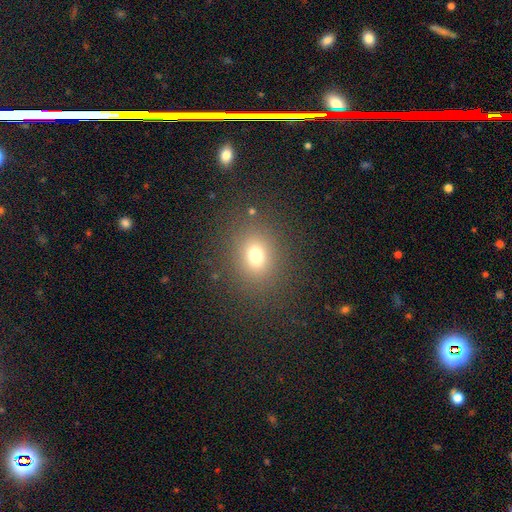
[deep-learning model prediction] The model was most divided on "how rounded": round: 62%, in between: 37%, cigar-shaped: 1%. More confident: merging — none (84%); smooth or featured — smooth (72%).